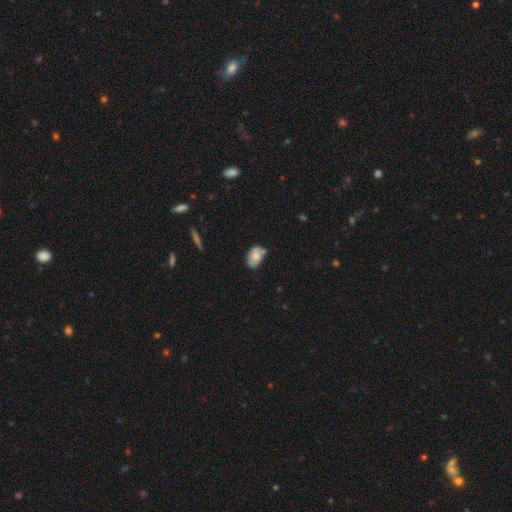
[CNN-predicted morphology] Smooth or featured? Predicted: smooth (p=0.72). How rounded? Predicted: in between (p=0.89). Merging? Predicted: none (p=0.49).